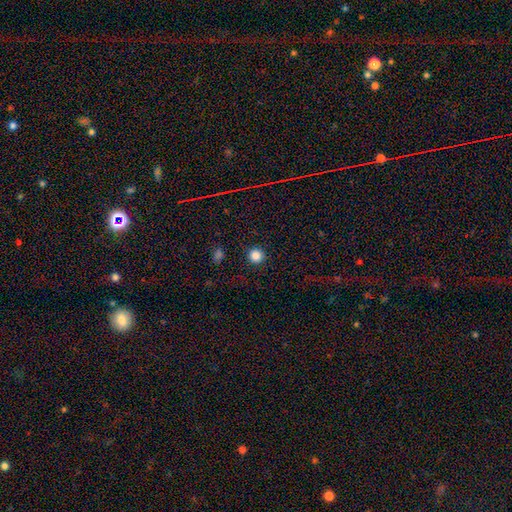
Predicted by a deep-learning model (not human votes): Q: Smooth or featured?
A: smooth (84%); runner-up: star or artifact (12%)
Q: How rounded?
A: round (95%); runner-up: in between (4%)
Q: Merging?
A: none (92%); runner-up: minor disturbance (5%)